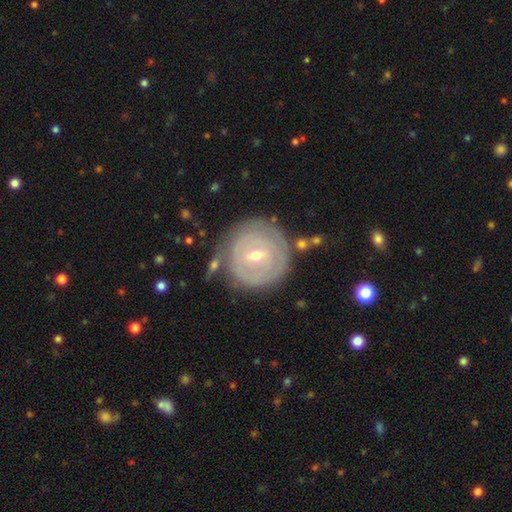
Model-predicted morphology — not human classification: A featured or disk galaxy (70%) with a weak bar (58%), spiral arms (69%) and a small central bulge (54%).

Vote fractions:
- Smooth or featured? featured or disk: 70% / smooth: 23% / star or artifact: 6%
- Edge-on disk? no: 96% / yes: 4%
- Bar? weak: 58% / no: 23% / strong: 18%
- Spiral arms? yes: 69% / no: 31%
- Bulge size? small: 54% / moderate: 43% / large: 1% / none: 1% / dominant: 1%
- Merging? none: 75% / minor disturbance: 15% / major disturbance: 6% / merger: 5%